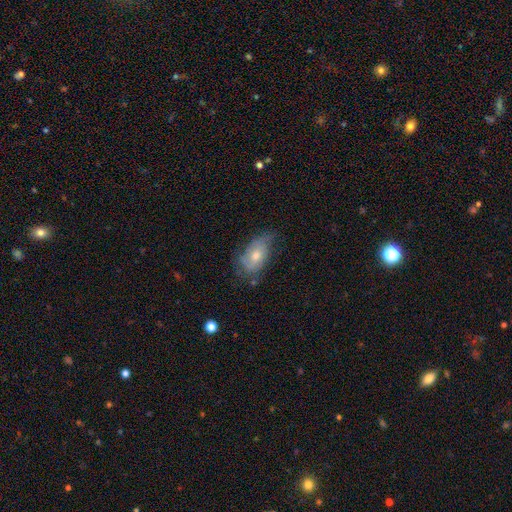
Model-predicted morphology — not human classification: Overall: featured or disk (47%; smooth 45%). Merging: none (48%; minor disturbance 35%).